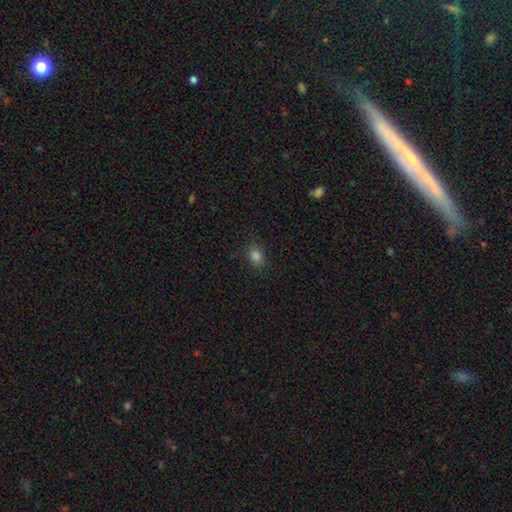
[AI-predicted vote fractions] Smooth or featured? smooth (82%)
How rounded? in between (65%)
Merging? none (85%)